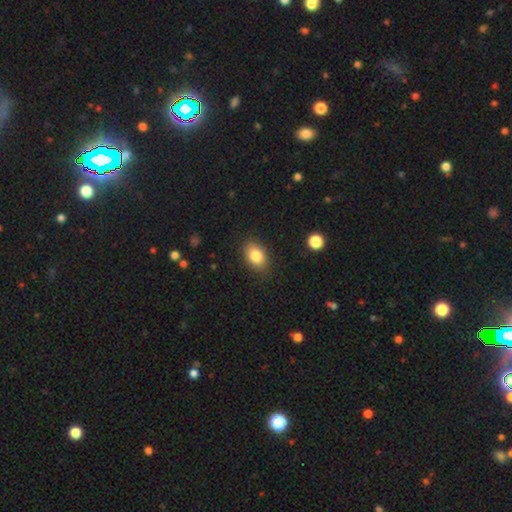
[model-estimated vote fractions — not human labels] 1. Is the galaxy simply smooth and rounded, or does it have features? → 83% smooth, 9% star or artifact, 8% featured or disk.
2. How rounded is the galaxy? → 80% in between, 19% round, 1% cigar-shaped.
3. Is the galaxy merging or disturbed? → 86% none, 11% minor disturbance, 3% major disturbance, 1% merger.